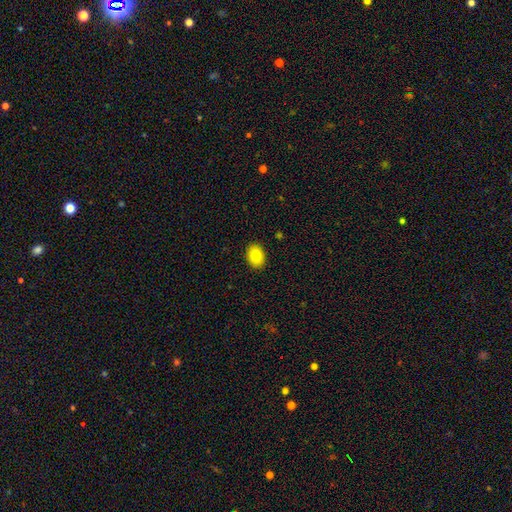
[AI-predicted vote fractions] A smooth galaxy with no disk features (83%) that is in between round and cigar-shaped (72%). Merging: none (91%).